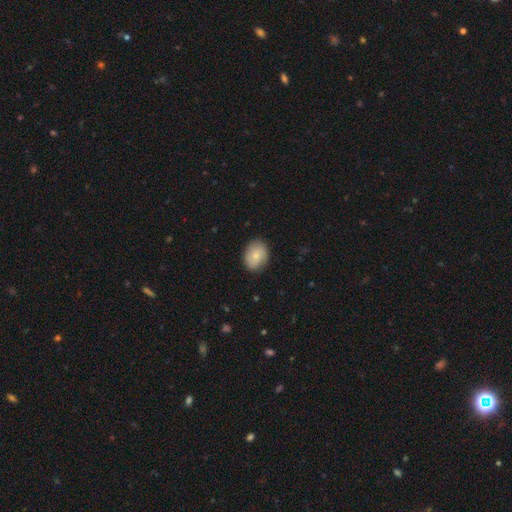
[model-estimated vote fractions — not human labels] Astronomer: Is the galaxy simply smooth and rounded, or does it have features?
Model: smooth — 75%.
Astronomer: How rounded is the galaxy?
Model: in between — 56% (runner-up: round, 43%).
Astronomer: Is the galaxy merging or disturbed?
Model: none — 82%.